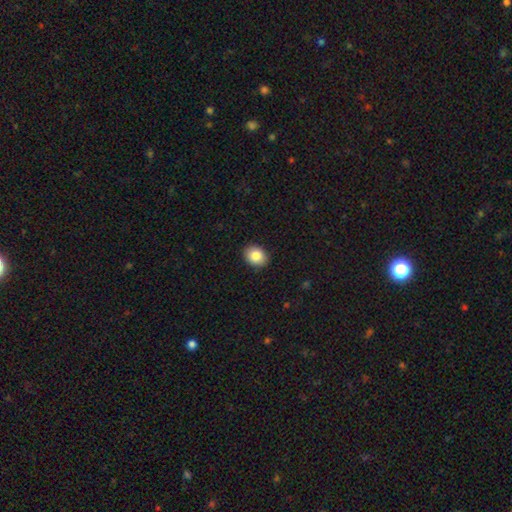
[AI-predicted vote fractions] This is clearly a smooth galaxy (85%). How rounded: possibly in between (50%, tied with round). Merging: clearly none (90%).